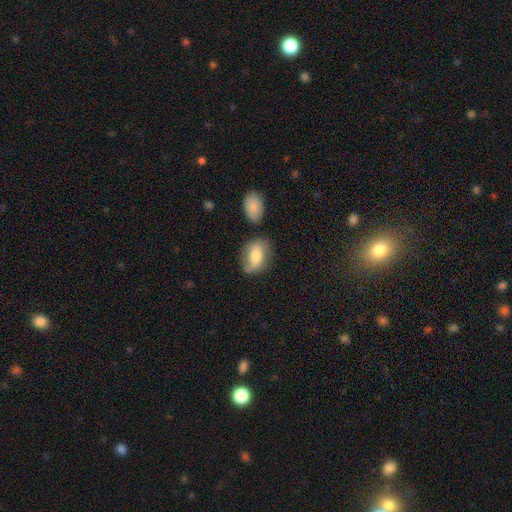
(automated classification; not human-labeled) A smooth galaxy with no disk features (67%) that is in between round and cigar-shaped (82%). Merging: none (65%).